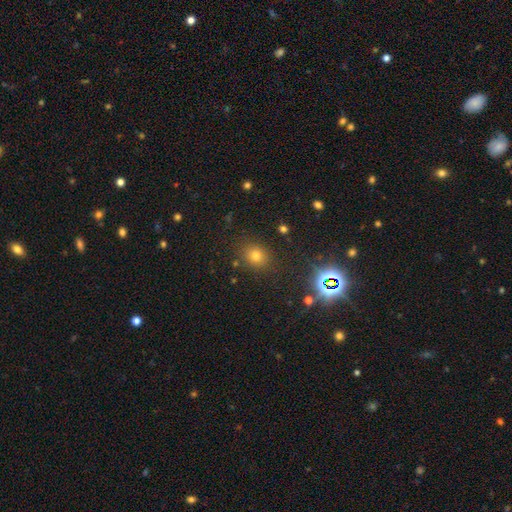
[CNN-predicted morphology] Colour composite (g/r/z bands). It shows a smooth galaxy with no disk features (66%) that is round (73%). Merging: none (85%).